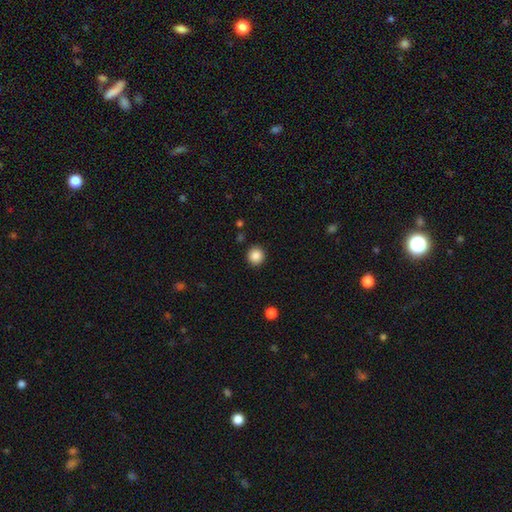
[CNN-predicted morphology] A smooth galaxy with no disk features (87%) that is round (94%).

Vote fractions:
- Smooth or featured? smooth: 87% / star or artifact: 10% / featured or disk: 3%
- How rounded? round: 94% / in between: 5% / cigar-shaped: 1%
- Merging? none: 91% / minor disturbance: 6% / major disturbance: 2% / merger: 1%